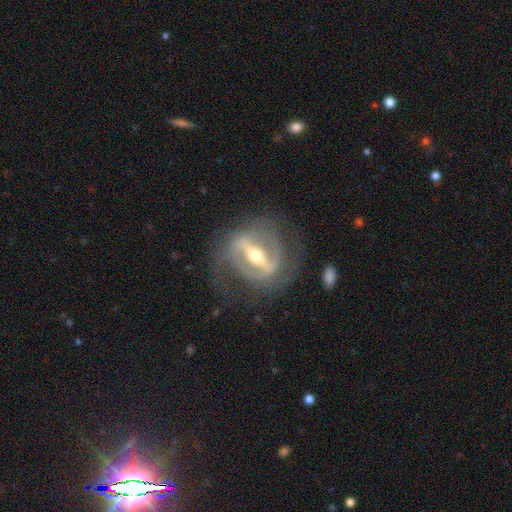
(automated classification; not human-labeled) The model was most divided on "spiral arms": yes: 69%, no: 31%. More confident: smooth or featured — featured or disk (86%); edge-on disk — no (83%); bar — strong (81%); merging — none (70%); bulge size — moderate (66%).